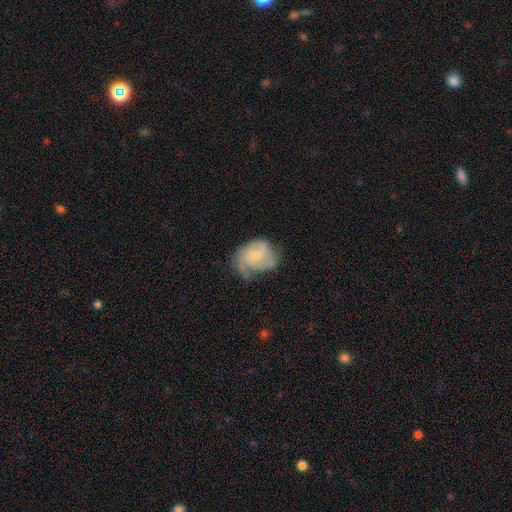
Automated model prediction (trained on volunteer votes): Morphology: type=featured or disk (70%); edge-on=no (98%); bar=no (68%); spiral arms=yes (90%); winding=medium (42%); arm count=3 (30%); bulge=small (57%); merging=none (46%).